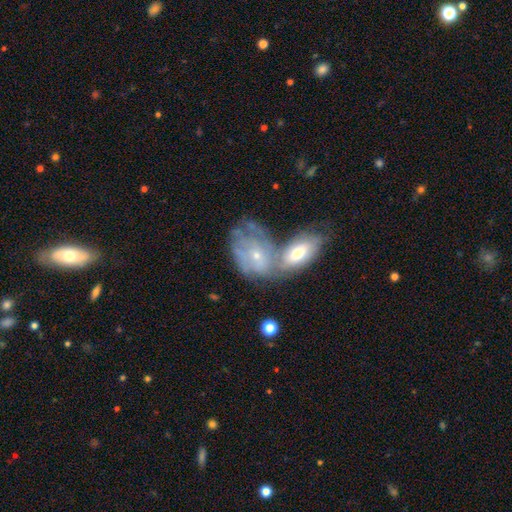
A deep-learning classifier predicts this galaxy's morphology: Smooth or featured? featured or disk (55%)
Edge-on disk? no (95%)
Bar? no (80%)
Spiral arms? yes (58%)
Bulge size? small (71%)
Merging? merger (55%)